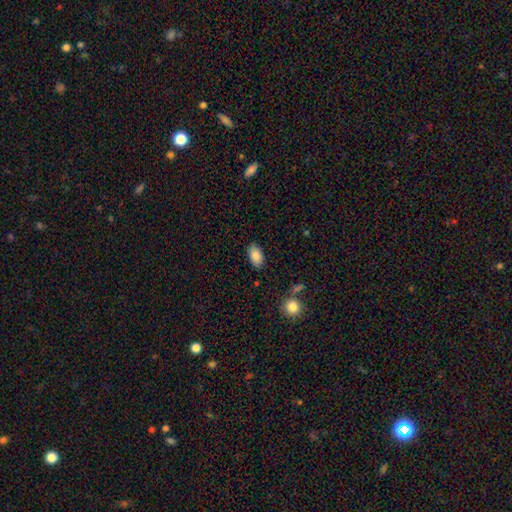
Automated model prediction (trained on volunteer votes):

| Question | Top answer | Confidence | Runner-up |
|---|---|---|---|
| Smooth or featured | smooth | 86% | star or artifact (8%) |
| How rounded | in between | 92% | round (6%) |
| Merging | none | 85% | minor disturbance (11%) |